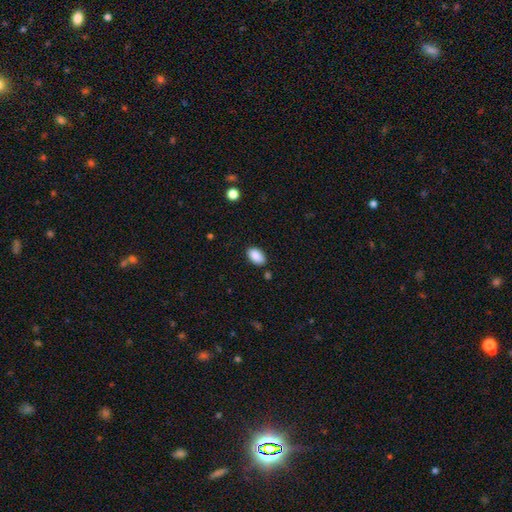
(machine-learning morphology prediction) This is clearly a smooth galaxy (89%). How rounded: clearly in between (93%). Merging: clearly none (84%).